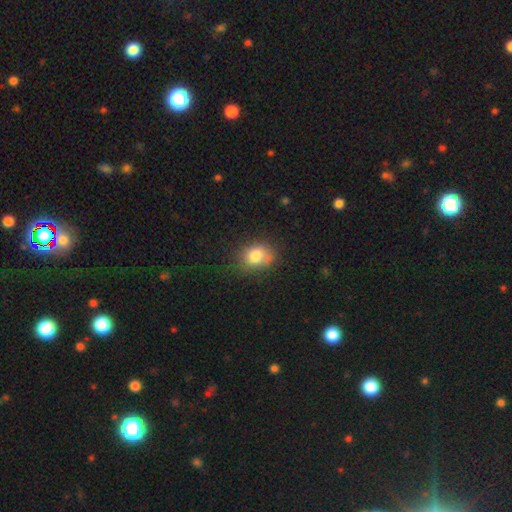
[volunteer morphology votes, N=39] smooth 87%, featured or disk 8%, star or artifact 5%. Down the decision tree: how rounded — round (68%); merging — none (68%).